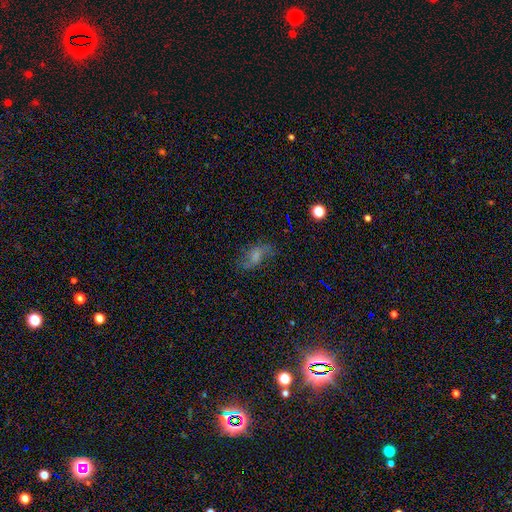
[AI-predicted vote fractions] This is possibly a smooth galaxy (52%). How rounded: clearly in between (82%). Merging: possibly none (54%).